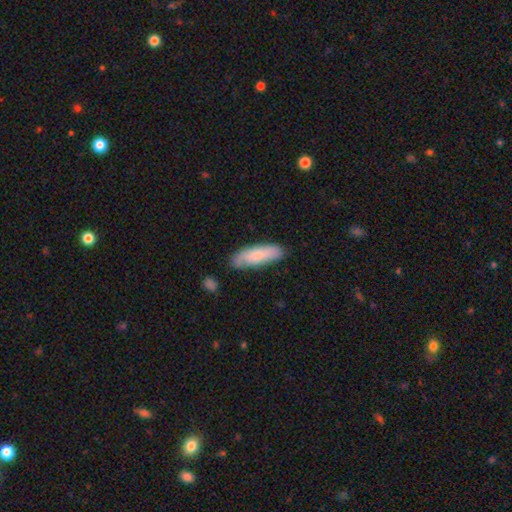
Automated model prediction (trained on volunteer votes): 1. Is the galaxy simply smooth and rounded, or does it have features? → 74% smooth, 20% featured or disk, 6% star or artifact.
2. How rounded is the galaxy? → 55% in between, 43% cigar-shaped, 2% round.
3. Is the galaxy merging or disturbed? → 74% none, 20% minor disturbance, 4% major disturbance, 2% merger.